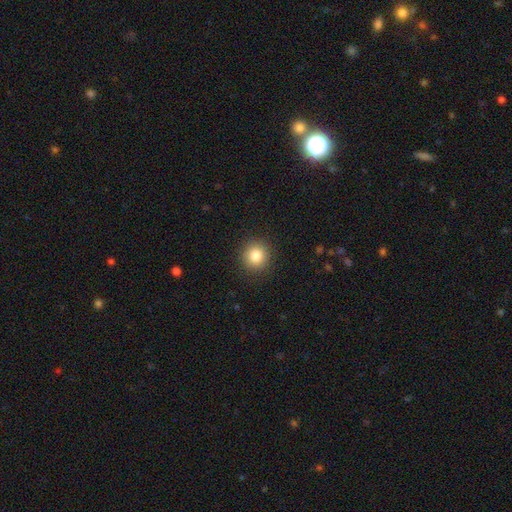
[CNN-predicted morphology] smooth-or-featured: smooth: 84% | star or artifact: 10% | featured or disk: 6%
  how-rounded: round: 92% | in between: 7% | cigar-shaped: 1%
  merging: none: 91% | minor disturbance: 6% | major disturbance: 2% | merger: 1%